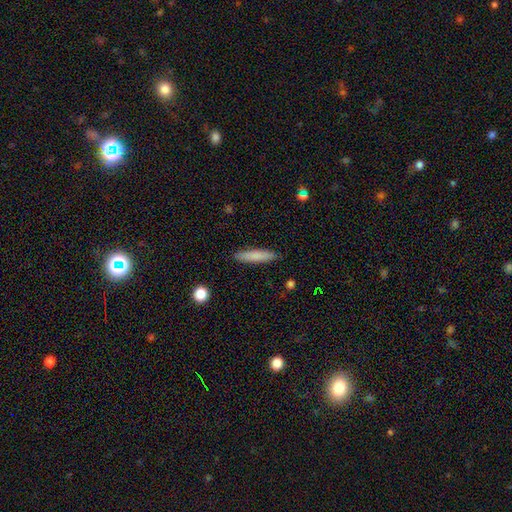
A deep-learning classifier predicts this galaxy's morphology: This appears to be a smooth galaxy with no disk features (81%) that is cigar-shaped (87%). Merging: none (89%).